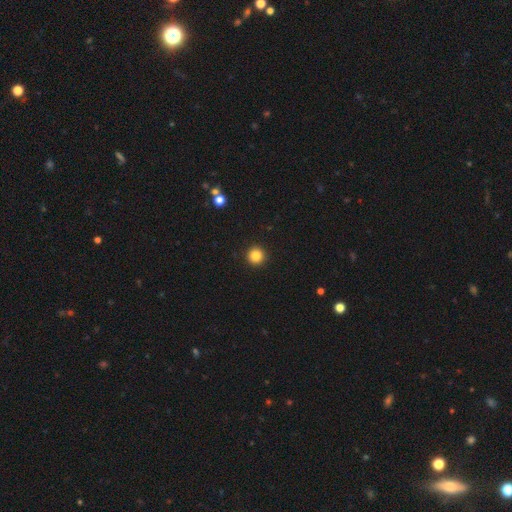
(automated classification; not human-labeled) Smooth or featured? Predicted: smooth (p=0.85). How rounded? Predicted: round (p=0.96). Merging? Predicted: none (p=0.93).